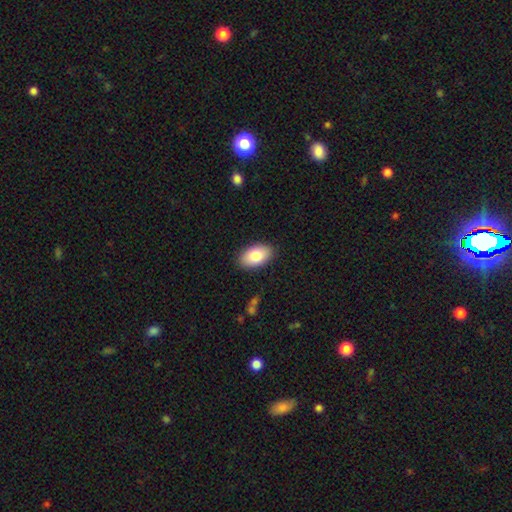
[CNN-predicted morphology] type=smooth (82%); roundness=in between (93%); merging=none (88%).